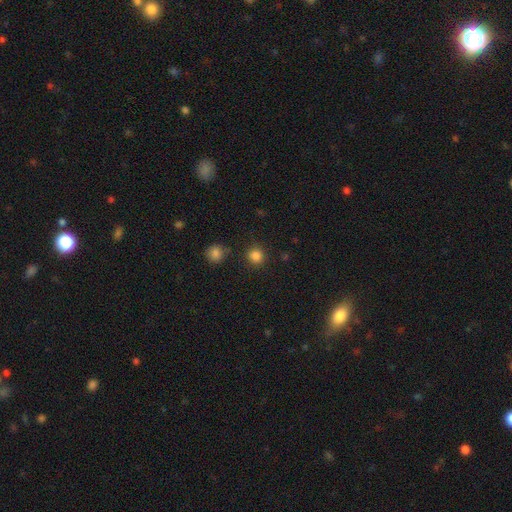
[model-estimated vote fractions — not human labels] Q: Smooth or featured?
A: smooth (84%); runner-up: star or artifact (13%)
Q: How rounded?
A: round (93%); runner-up: in between (6%)
Q: Merging?
A: none (86%); runner-up: minor disturbance (7%)